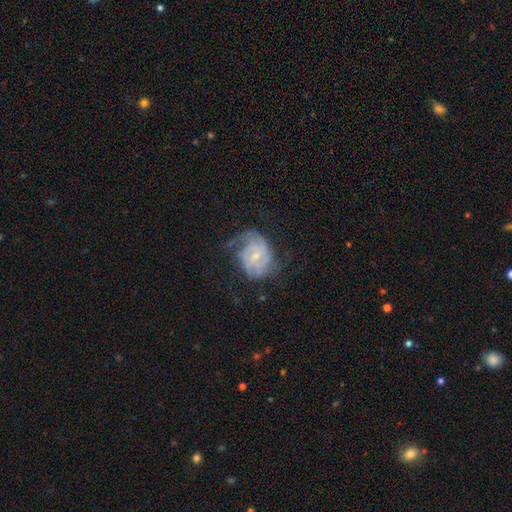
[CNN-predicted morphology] type=featured or disk (82%); edge-on=no (98%); bar=no (48%); spiral arms=yes (93%); winding=tight (54%); arm count=2 (39%); bulge=small (62%); merging=none (54%).